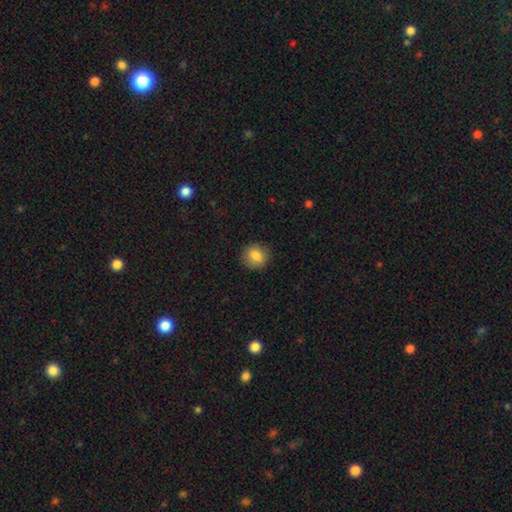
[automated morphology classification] A smooth galaxy with no disk features (82%) that is round (83%).

Vote fractions:
- Smooth or featured? smooth: 82% / star or artifact: 9% / featured or disk: 9%
- How rounded? round: 83% / in between: 16% / cigar-shaped: 1%
- Merging? none: 88% / minor disturbance: 9% / major disturbance: 2% / merger: 1%